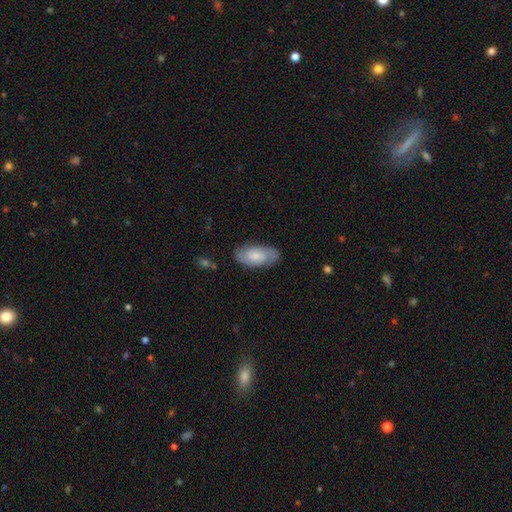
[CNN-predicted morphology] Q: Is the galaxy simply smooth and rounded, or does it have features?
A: featured or disk — 52%.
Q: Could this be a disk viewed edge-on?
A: no — 93%.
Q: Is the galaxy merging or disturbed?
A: none — 78%.